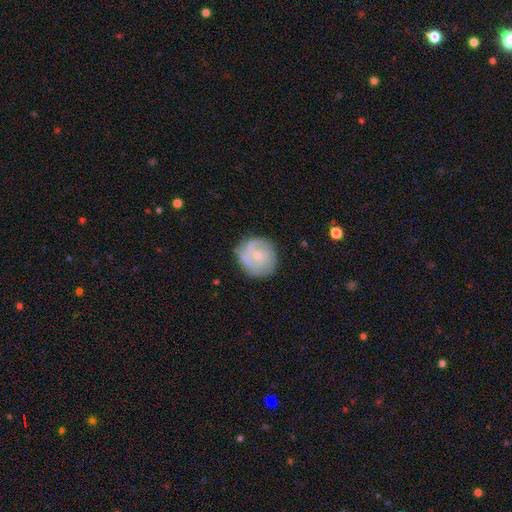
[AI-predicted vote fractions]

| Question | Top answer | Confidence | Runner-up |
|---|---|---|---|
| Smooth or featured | featured or disk | 74% | smooth (20%) |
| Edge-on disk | no | 98% | yes (2%) |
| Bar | no | 74% | weak (23%) |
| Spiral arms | yes | 90% | no (10%) |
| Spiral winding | tight | 61% | medium (30%) |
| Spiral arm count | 2 | 34% | can't tell (26%) |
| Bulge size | small | 68% | moderate (27%) |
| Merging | none | 76% | minor disturbance (17%) |